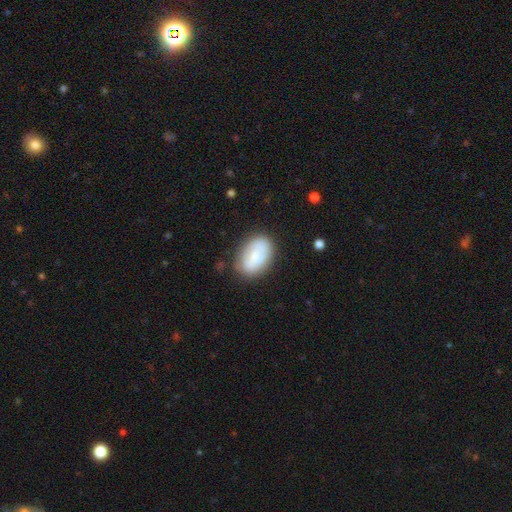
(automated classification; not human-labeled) A smooth galaxy with no disk features (59%) that is in between round and cigar-shaped (85%). Merging: none (75%).